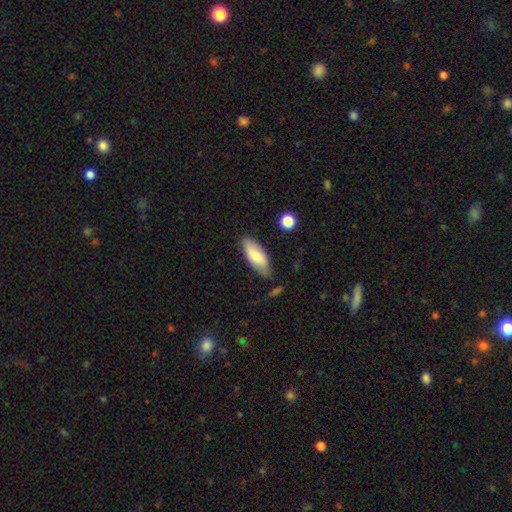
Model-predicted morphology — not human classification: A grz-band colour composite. It shows a smooth galaxy with no disk features (77%) that is in between round and cigar-shaped (80%). Merging: none (77%).